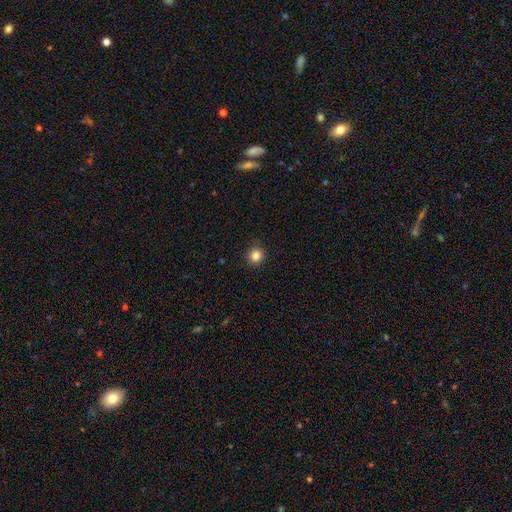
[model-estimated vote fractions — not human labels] The model was most divided on "smooth or featured": smooth: 85%, star or artifact: 11%, featured or disk: 4%. More confident: how rounded — round (92%); merging — none (91%).